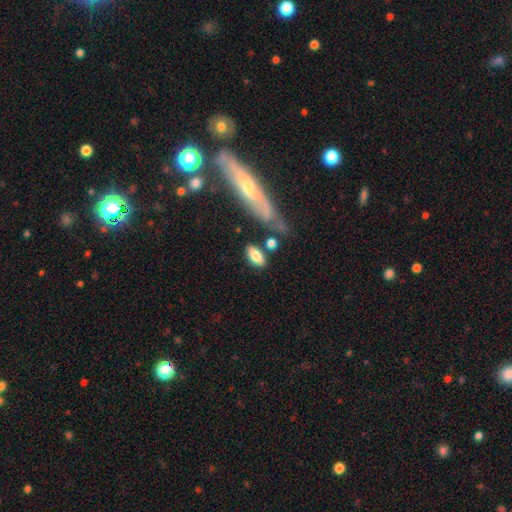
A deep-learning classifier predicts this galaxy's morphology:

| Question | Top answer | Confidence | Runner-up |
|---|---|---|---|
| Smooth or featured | smooth | 80% | featured or disk (13%) |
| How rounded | in between | 89% | cigar-shaped (7%) |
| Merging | none | 68% | minor disturbance (15%) |